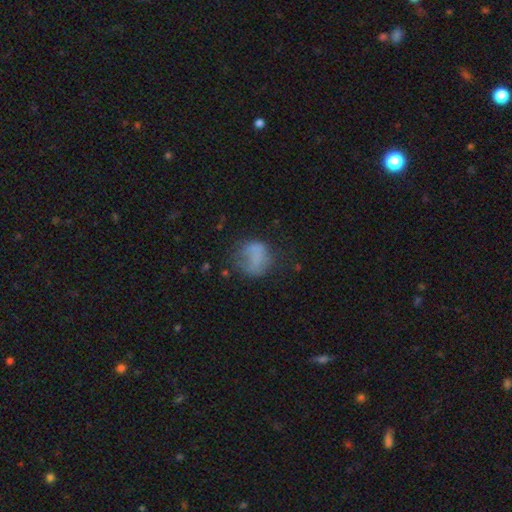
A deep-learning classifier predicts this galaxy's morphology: A smooth galaxy with no disk features (65%) that is round (67%). Merging: none (41%).